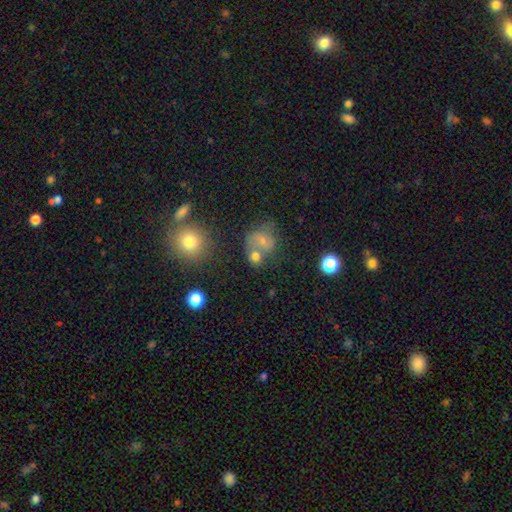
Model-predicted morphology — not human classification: Smooth or featured: smooth — 64% (featured or disk — 20%)
How rounded: round — 70% (in between — 28%)
Merging: none — 41% (merger — 40%)